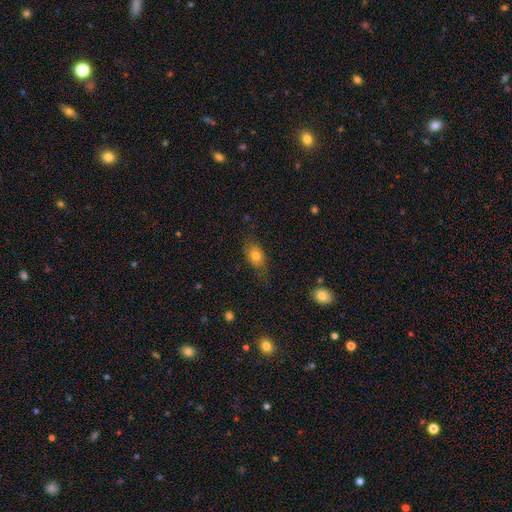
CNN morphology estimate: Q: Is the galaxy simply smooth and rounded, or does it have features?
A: smooth — 76%.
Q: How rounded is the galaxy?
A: in between — 74%.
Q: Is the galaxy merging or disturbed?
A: none — 70%.